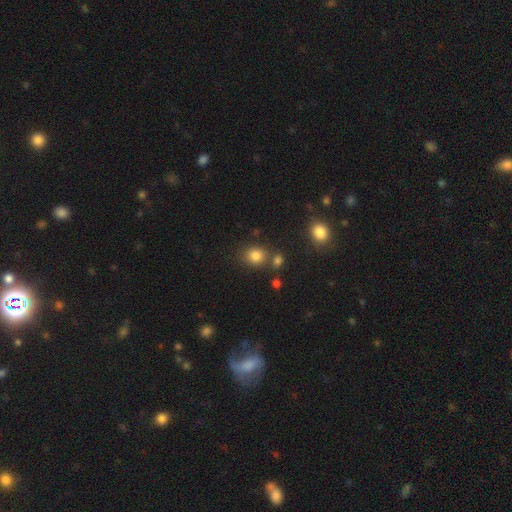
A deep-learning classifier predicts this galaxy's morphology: smooth_or_featured: smooth (p=0.82) [alt: star or artifact p=0.13]
how_rounded: round (p=0.69) [alt: in between p=0.30]
merging: none (p=0.71) [alt: merger p=0.14]